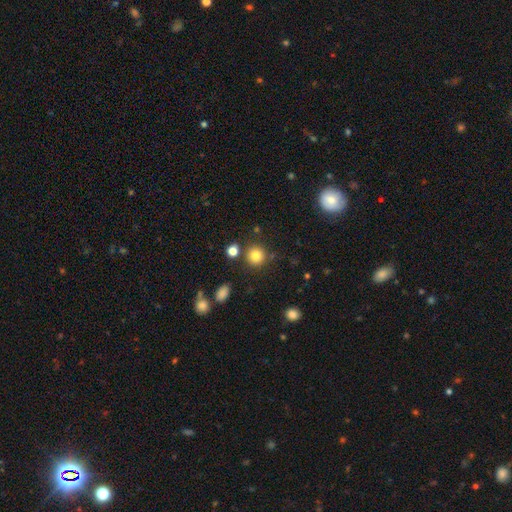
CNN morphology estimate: smooth 82%, star or artifact 11%, featured or disk 6%. Down the decision tree: how rounded — round (92%); merging — none (83%).